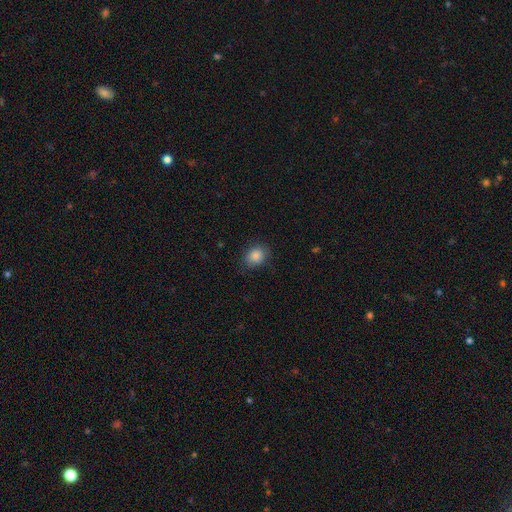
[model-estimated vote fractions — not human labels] This appears to be a smooth galaxy with no disk features (87%) that is round (59%). Merging: none (82%).